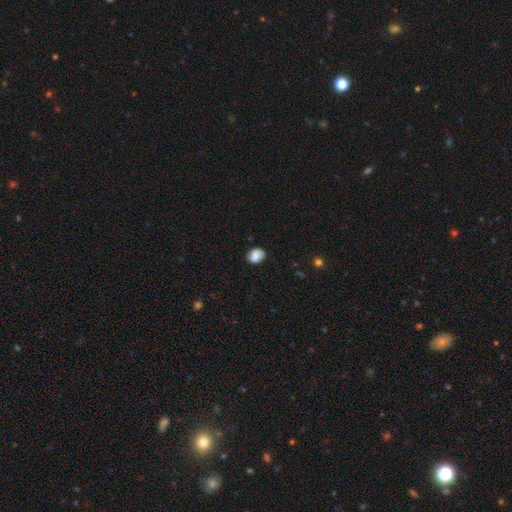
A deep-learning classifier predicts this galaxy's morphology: Smooth or featured?
  - smooth: 83% *
  - star or artifact: 9%
  - featured or disk: 8%
How rounded?
  - round: 52% *
  - in between: 47%
  - cigar-shaped: 1%
Merging?
  - none: 75% *
  - minor disturbance: 19%
  - major disturbance: 4%
  - merger: 2%